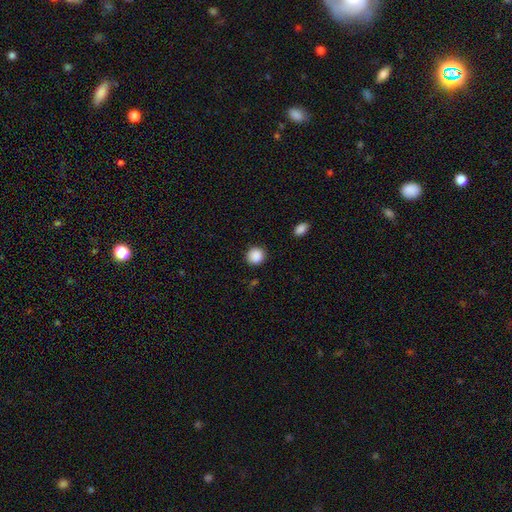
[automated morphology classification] Smooth or featured? smooth (89%)
How rounded? round (92%)
Merging? none (90%)